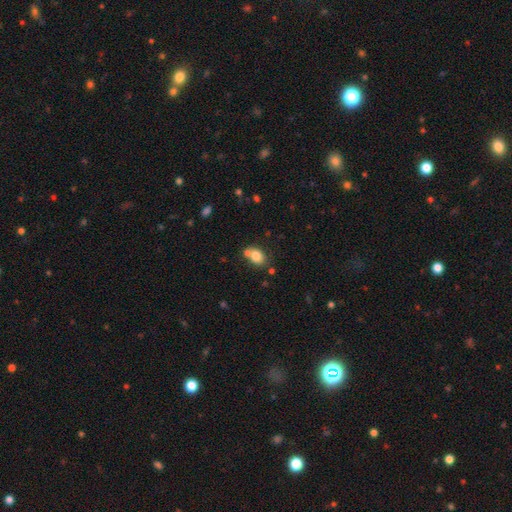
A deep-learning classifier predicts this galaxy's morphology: A smooth galaxy with no disk features (79%) that is in between round and cigar-shaped (68%). Merging: none (51%).